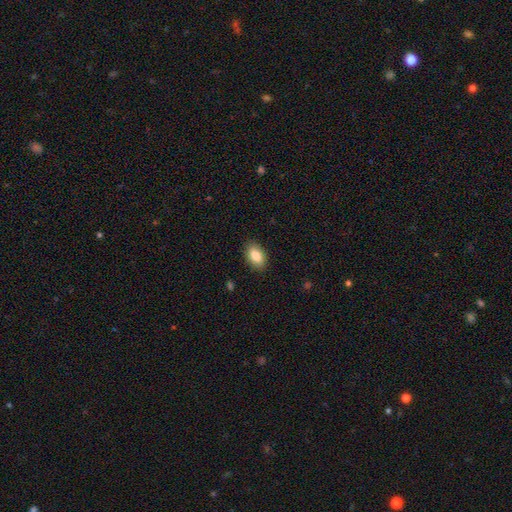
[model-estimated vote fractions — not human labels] The model was most divided on "smooth or featured": smooth: 85%, featured or disk: 8%, star or artifact: 7%. More confident: how rounded — in between (90%); merging — none (89%).